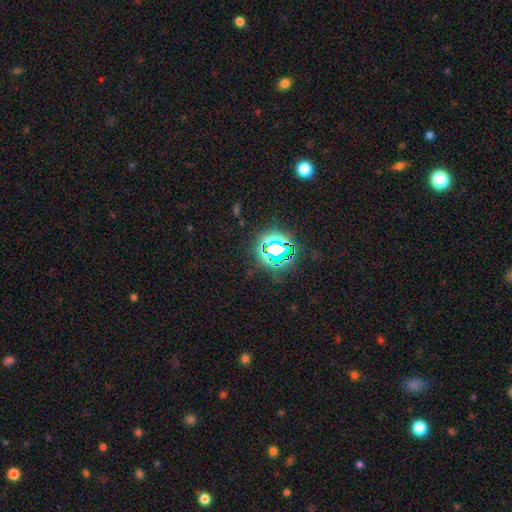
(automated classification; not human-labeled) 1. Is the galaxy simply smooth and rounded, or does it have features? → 81% star or artifact, 12% smooth, 7% featured or disk.